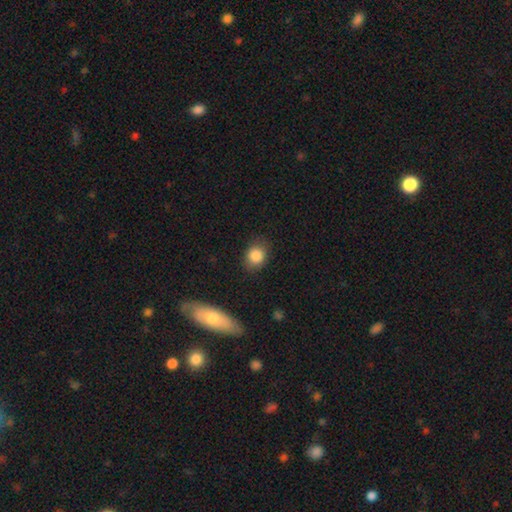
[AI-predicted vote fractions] This appears to be a smooth galaxy with no disk features (86%) that is round (63%). Merging: none (80%).